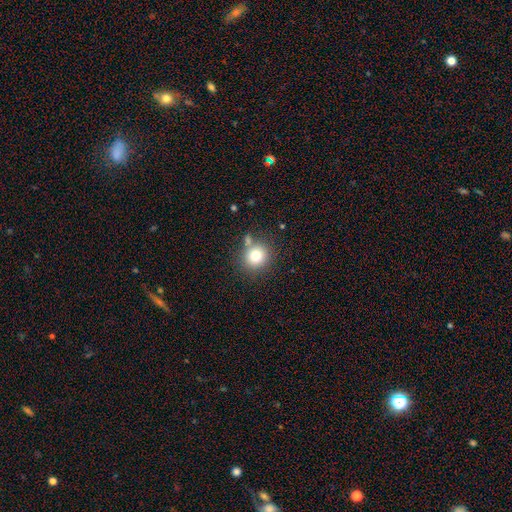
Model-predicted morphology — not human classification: This is likely a smooth galaxy (77%). How rounded: clearly round (88%). Merging: likely none (71%).